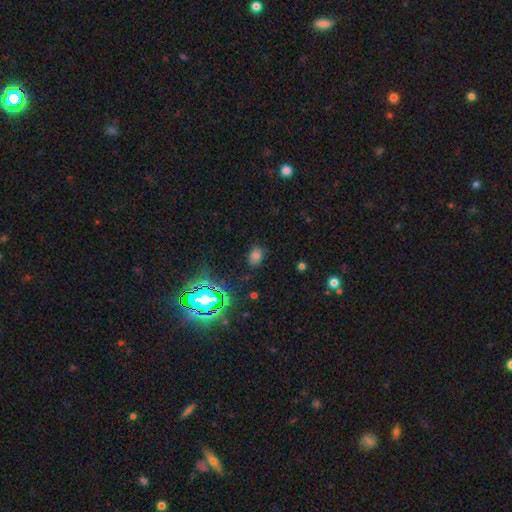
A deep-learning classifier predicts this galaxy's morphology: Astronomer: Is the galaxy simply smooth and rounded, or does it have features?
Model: smooth — 59%.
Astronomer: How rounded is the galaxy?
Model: in between — 74%.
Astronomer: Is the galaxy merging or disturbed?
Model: none — 78%.